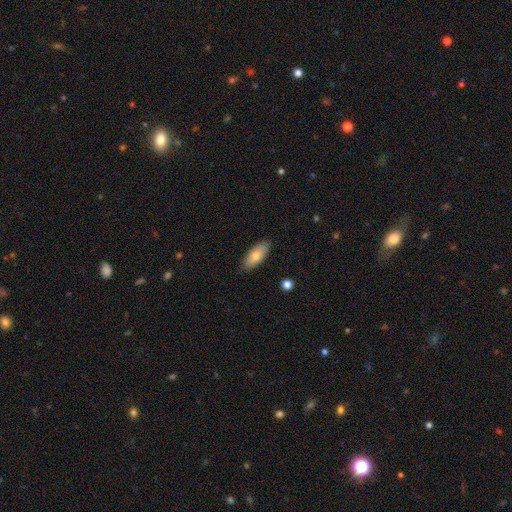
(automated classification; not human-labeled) A smooth galaxy with no disk features (75%) that is in between round and cigar-shaped (84%).

Vote fractions:
- Smooth or featured? smooth: 75% / featured or disk: 19% / star or artifact: 6%
- How rounded? in between: 84% / cigar-shaped: 13% / round: 3%
- Merging? none: 87% / minor disturbance: 10% / major disturbance: 2% / merger: 1%